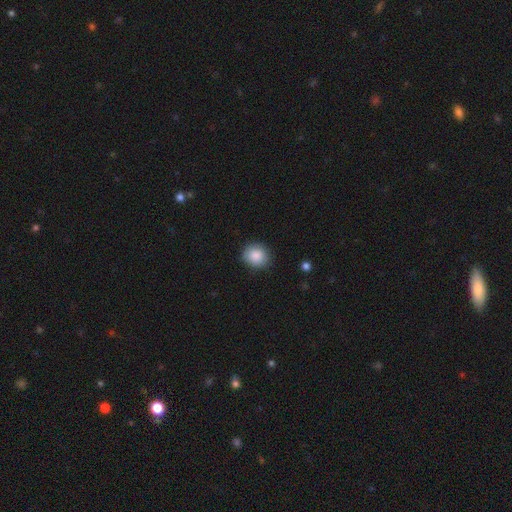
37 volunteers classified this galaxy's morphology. Overall: smooth (92%). How rounded: round (91%). Merging: none (89%).